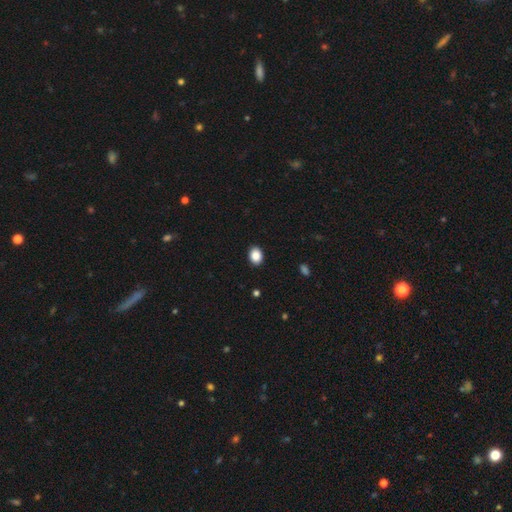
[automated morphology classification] type=smooth (89%); roundness=in between (61%); merging=none (91%).